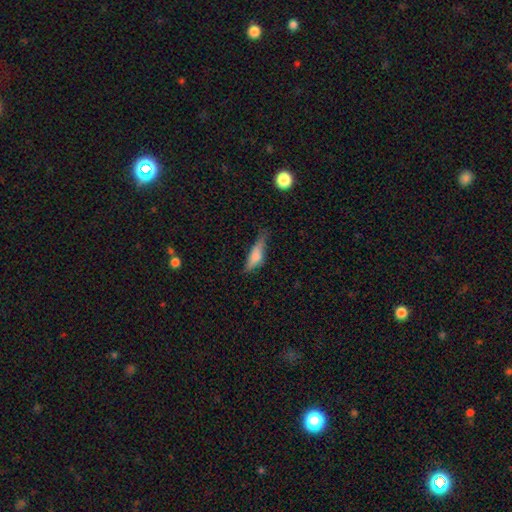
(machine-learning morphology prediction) Smooth or featured: smooth — 68% (featured or disk — 25%)
How rounded: cigar-shaped — 50% (in between — 47%)
Merging: none — 47% (minor disturbance — 36%)